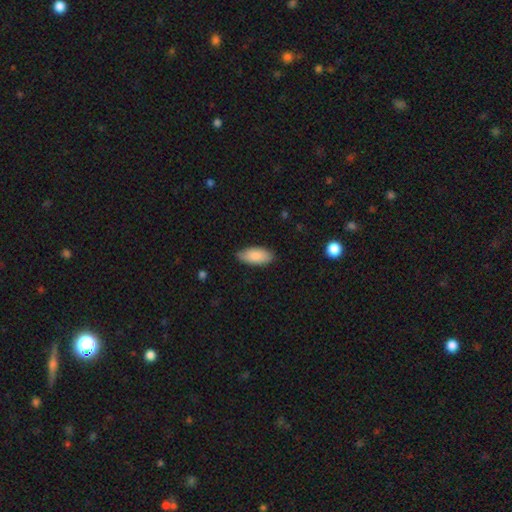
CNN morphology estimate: Overall: smooth (88%). How rounded: in between (89%). Merging: none (82%).